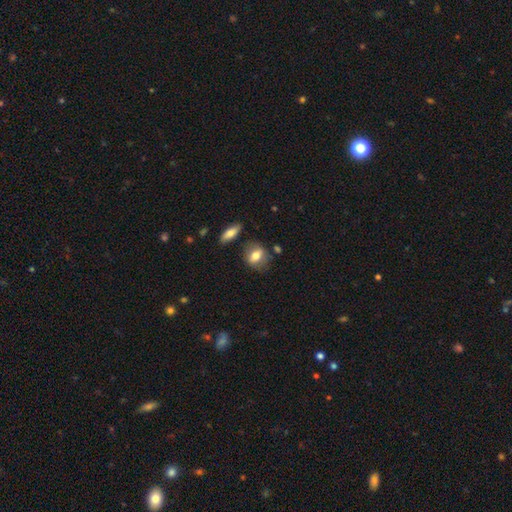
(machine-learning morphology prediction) type=smooth (71%); roundness=in between (58%); merging=none (71%).